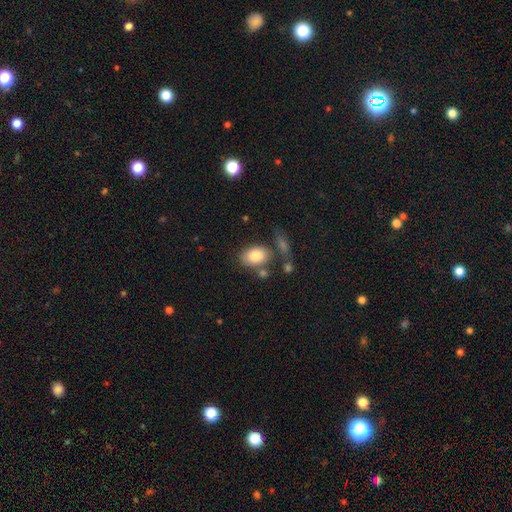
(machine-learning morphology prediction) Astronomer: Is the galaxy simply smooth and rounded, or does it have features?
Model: smooth — 83%.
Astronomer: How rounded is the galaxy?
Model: in between — 85%.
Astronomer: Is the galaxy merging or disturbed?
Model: none — 62%.